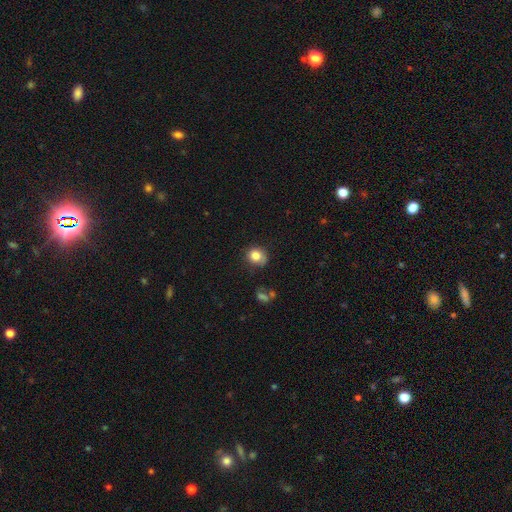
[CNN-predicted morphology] type=smooth (82%); roundness=round (80%); merging=none (68%).